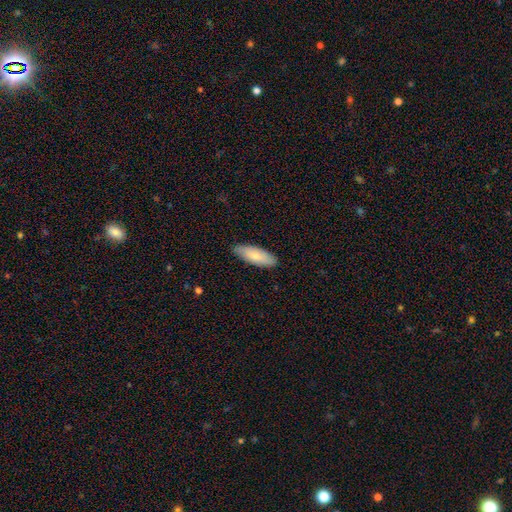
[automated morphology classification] Smooth or featured? Predicted: smooth (p=0.77). How rounded? Predicted: in between (p=0.67). Merging? Predicted: none (p=0.86).